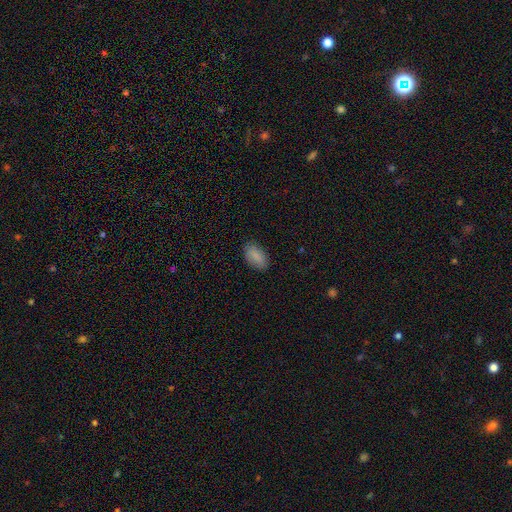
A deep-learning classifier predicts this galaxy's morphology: Smooth or featured?
  - smooth: 87% *
  - star or artifact: 7%
  - featured or disk: 6%
How rounded?
  - in between: 93% *
  - round: 4%
  - cigar-shaped: 3%
Merging?
  - none: 84% *
  - minor disturbance: 12%
  - major disturbance: 3%
  - merger: 1%